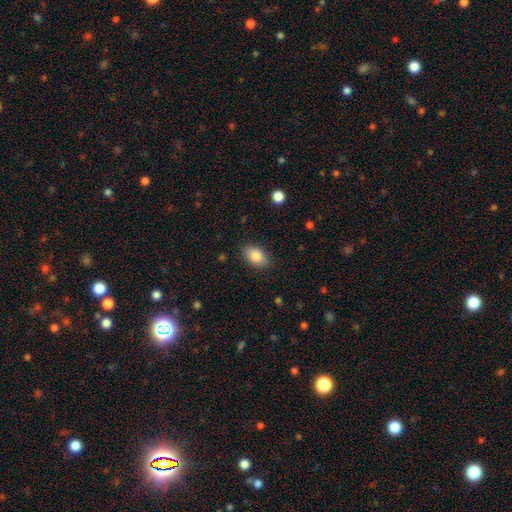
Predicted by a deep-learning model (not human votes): smooth_or_featured: smooth (p=0.85) [alt: star or artifact p=0.08]
how_rounded: in between (p=0.87) [alt: round p=0.11]
merging: none (p=0.85) [alt: minor disturbance p=0.11]